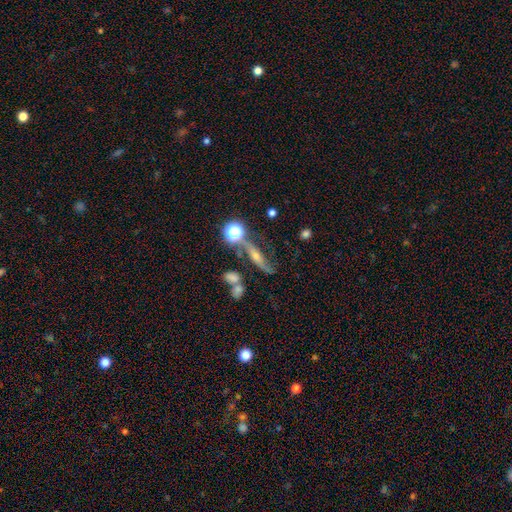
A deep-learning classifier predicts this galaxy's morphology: Q: Smooth or featured?
A: featured or disk (54%); runner-up: smooth (30%)
Q: Edge-on disk?
A: no (51%); runner-up: yes (49%)
Q: Merging?
A: none (55%); runner-up: minor disturbance (19%)